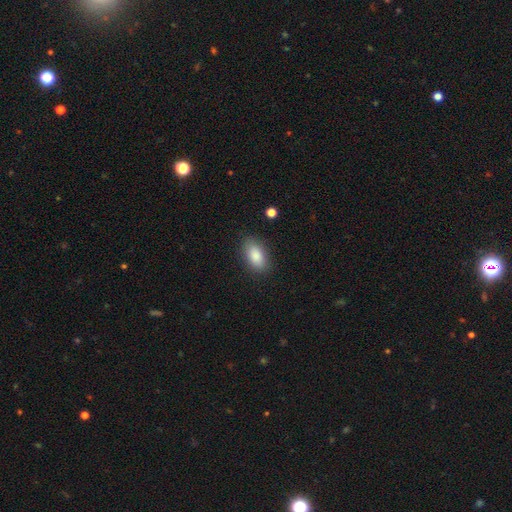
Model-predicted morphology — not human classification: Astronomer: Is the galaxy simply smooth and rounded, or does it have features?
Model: smooth — 87%.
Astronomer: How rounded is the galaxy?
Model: in between — 91%.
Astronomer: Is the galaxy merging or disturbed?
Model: none — 85%.